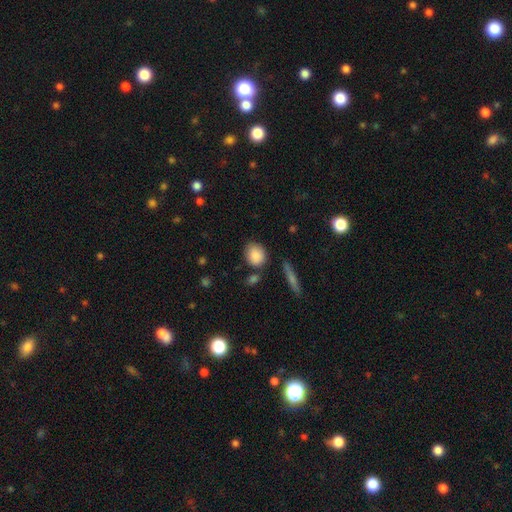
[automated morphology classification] smooth 87%, star or artifact 7%, featured or disk 6%. Down the decision tree: how rounded — round (53%); merging — none (74%).